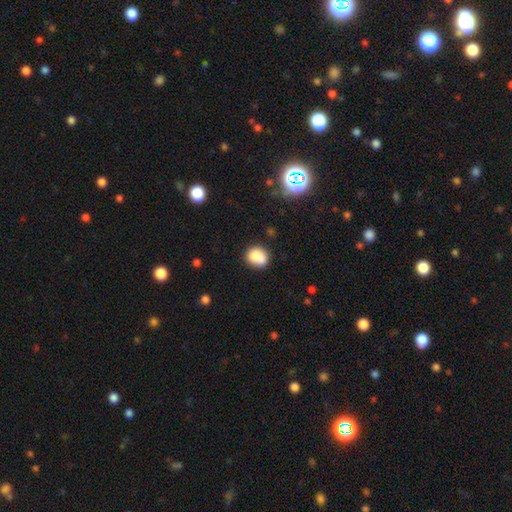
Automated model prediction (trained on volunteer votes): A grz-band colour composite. It shows a smooth galaxy with no disk features (81%) that is round (68%). Merging: none (59%).